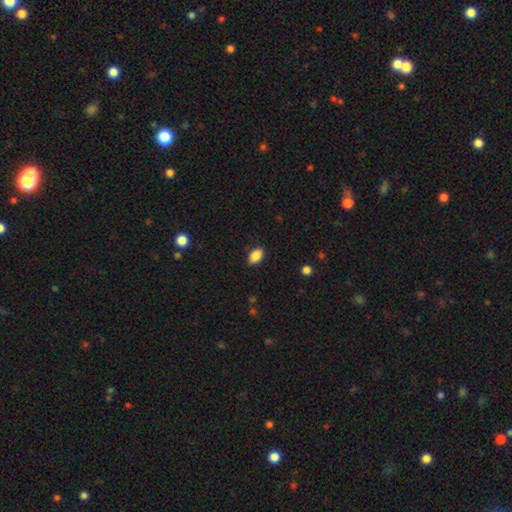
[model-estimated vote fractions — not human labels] Smooth or featured: smooth — 88% (star or artifact — 8%)
How rounded: in between — 90% (round — 9%)
Merging: none — 87% (minor disturbance — 10%)